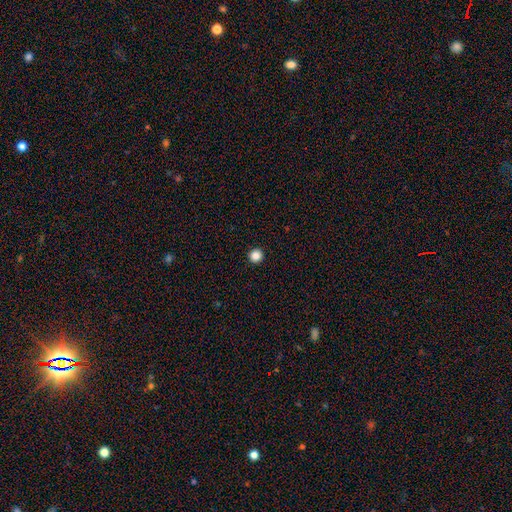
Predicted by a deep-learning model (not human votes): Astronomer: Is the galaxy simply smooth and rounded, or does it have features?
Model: smooth — 87%.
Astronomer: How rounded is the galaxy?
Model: round — 96%.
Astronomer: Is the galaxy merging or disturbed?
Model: none — 94%.